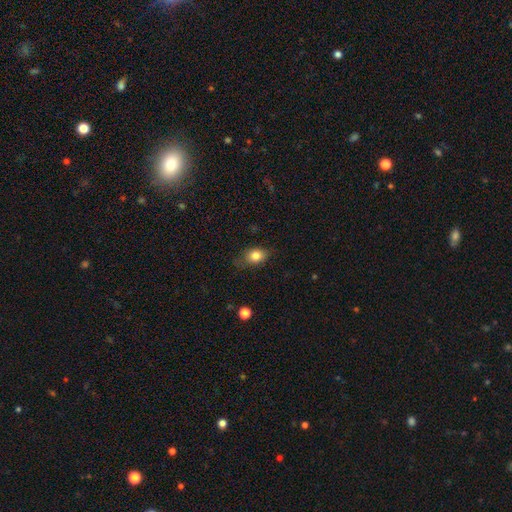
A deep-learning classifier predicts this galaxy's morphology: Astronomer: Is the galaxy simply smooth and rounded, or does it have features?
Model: smooth — 82%.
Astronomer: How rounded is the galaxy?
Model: in between — 70%.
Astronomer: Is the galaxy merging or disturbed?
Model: none — 70%.